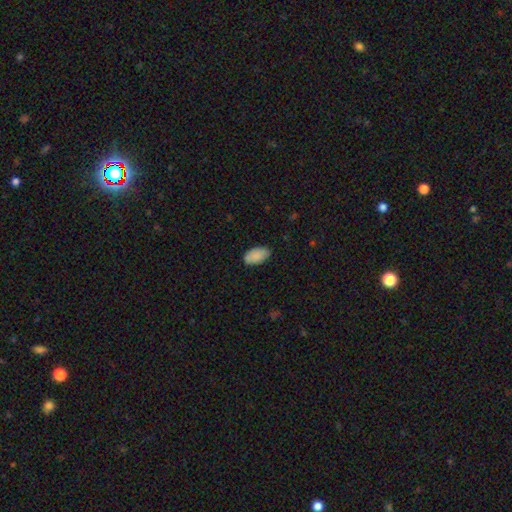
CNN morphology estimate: A smooth galaxy with no disk features (88%) that is in between round and cigar-shaped (95%).

Vote fractions:
- Smooth or featured? smooth: 88% / star or artifact: 7% / featured or disk: 5%
- How rounded? in between: 95% / round: 4% / cigar-shaped: 2%
- Merging? none: 82% / minor disturbance: 14% / major disturbance: 3% / merger: 1%